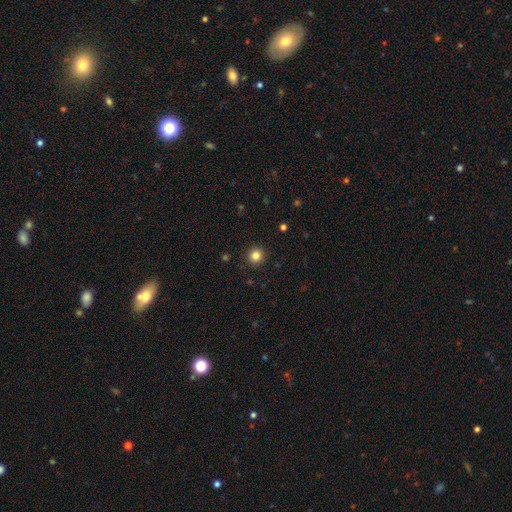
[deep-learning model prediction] smooth-or-featured: smooth: 83% | star or artifact: 12% | featured or disk: 4%
  how-rounded: round: 94% | in between: 5% | cigar-shaped: 1%
  merging: none: 92% | minor disturbance: 5% | major disturbance: 2% | merger: 1%